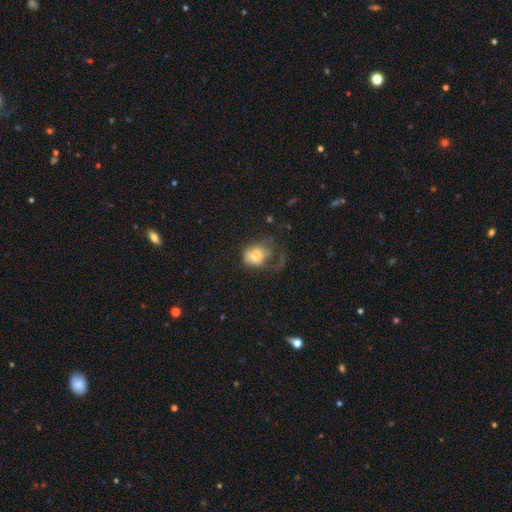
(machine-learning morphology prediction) Smooth or featured?
  - smooth: 65% *
  - featured or disk: 25%
  - star or artifact: 10%
How rounded?
  - in between: 55% *
  - round: 44%
  - cigar-shaped: 1%
Merging?
  - major disturbance: 49% *
  - none: 23%
  - minor disturbance: 22%
  - merger: 6%